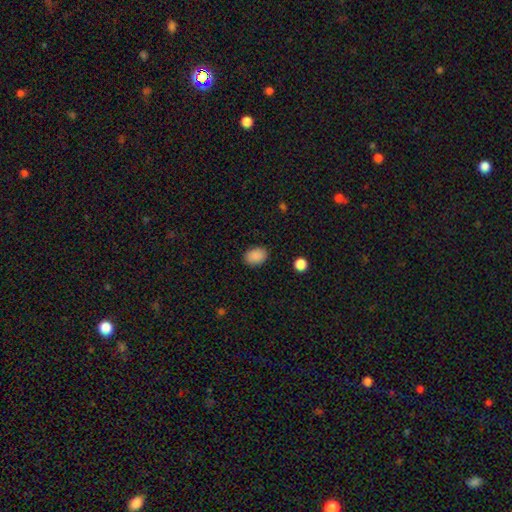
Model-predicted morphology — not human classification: smooth_or_featured: smooth (p=0.89) [alt: star or artifact p=0.08]
how_rounded: in between (p=0.71) [alt: round p=0.28]
merging: none (p=0.87) [alt: minor disturbance p=0.10]